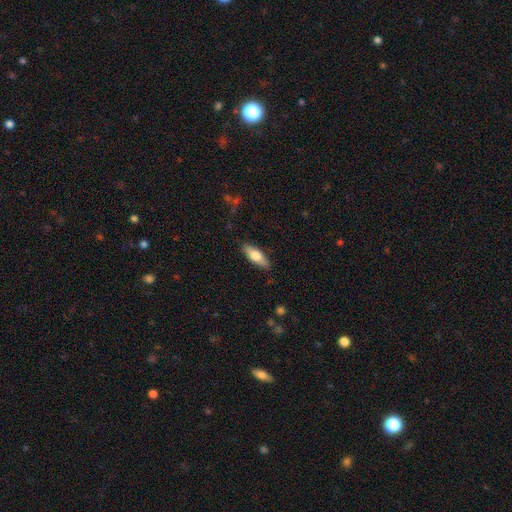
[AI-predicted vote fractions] This is likely a smooth galaxy (66%). How rounded: likely in between (61%). Merging: clearly none (87%).